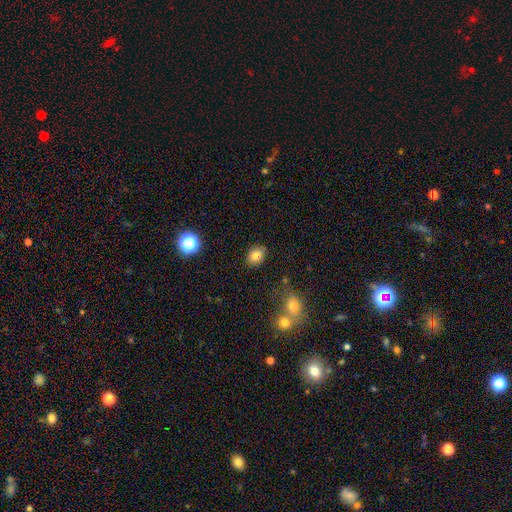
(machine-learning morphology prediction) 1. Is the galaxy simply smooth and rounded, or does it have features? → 81% smooth, 11% star or artifact, 8% featured or disk.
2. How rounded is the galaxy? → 61% in between, 38% round, 1% cigar-shaped.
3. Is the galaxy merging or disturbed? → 82% none, 12% minor disturbance, 3% merger, 3% major disturbance.